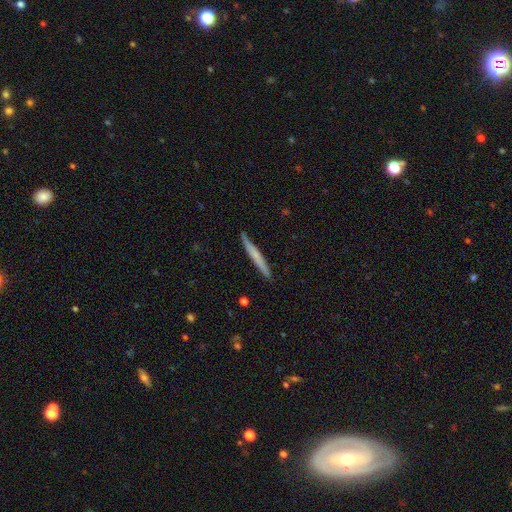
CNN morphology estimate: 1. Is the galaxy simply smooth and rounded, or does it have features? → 57% smooth, 37% featured or disk, 6% star or artifact.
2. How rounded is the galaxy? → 97% cigar-shaped, 2% in between, 1% round.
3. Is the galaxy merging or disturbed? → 90% none, 8% minor disturbance, 1% major disturbance, 1% merger.